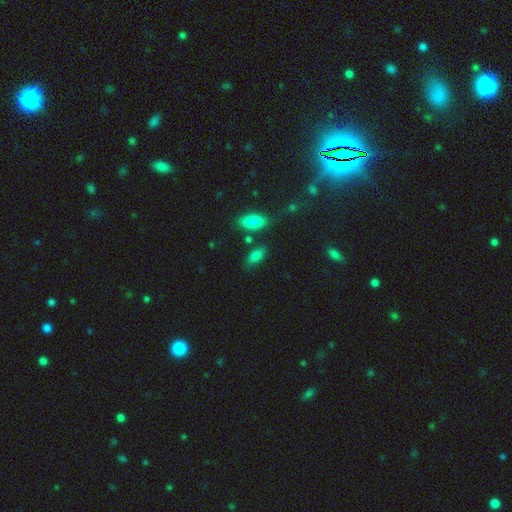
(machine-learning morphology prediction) The model was most divided on "merging": none: 71%, minor disturbance: 15%, merger: 9%, major disturbance: 5%. More confident: how rounded — in between (87%); smooth or featured — smooth (83%).